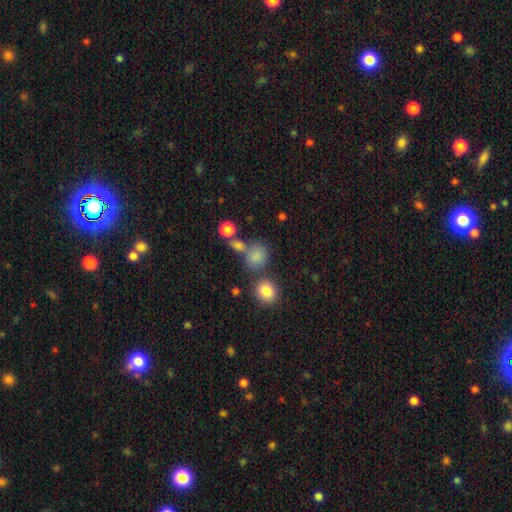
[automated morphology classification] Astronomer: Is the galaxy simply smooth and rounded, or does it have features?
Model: smooth — 80%.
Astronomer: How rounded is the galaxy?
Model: round — 72%.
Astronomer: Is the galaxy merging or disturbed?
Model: none — 57%.